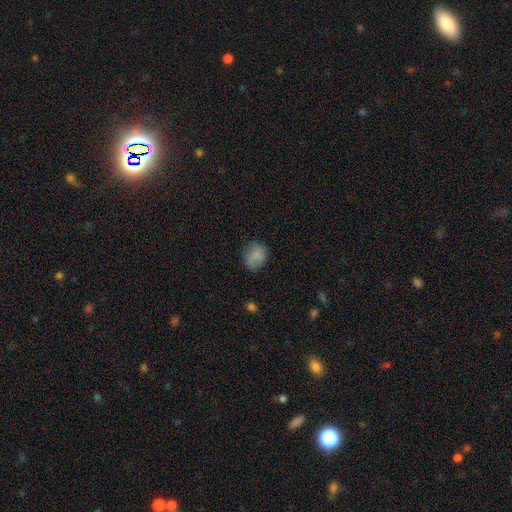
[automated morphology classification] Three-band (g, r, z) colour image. It shows a smooth galaxy with no disk features (81%) that is round (57%). Merging: none (72%).